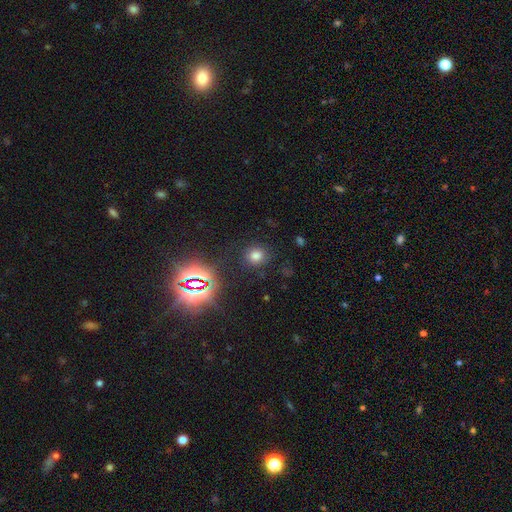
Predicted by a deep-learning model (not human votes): Q: Smooth or featured?
A: smooth (70%); runner-up: star or artifact (23%)
Q: How rounded?
A: round (83%); runner-up: in between (16%)
Q: Merging?
A: none (85%); runner-up: minor disturbance (9%)